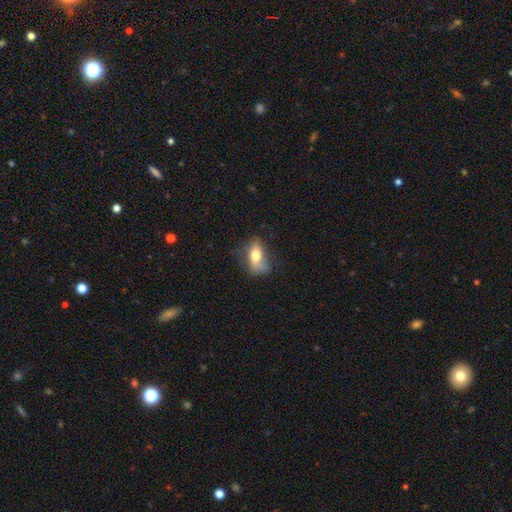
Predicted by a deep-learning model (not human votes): This appears to be a smooth galaxy with no disk features (71%) that is in between round and cigar-shaped (85%). Merging: none (45%).